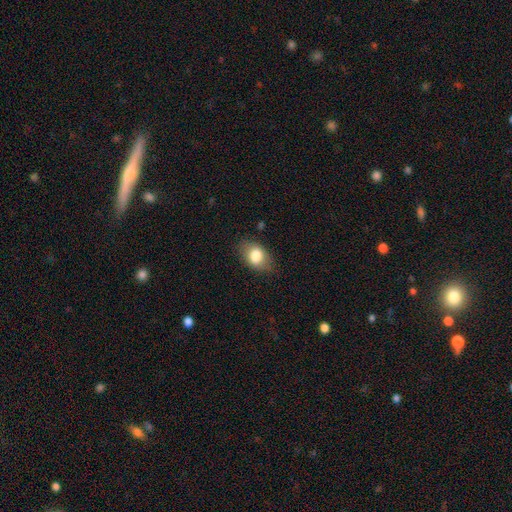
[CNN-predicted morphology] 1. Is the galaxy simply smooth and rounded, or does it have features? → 79% smooth, 13% featured or disk, 8% star or artifact.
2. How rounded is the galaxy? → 80% in between, 18% round, 1% cigar-shaped.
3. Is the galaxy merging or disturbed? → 79% none, 15% minor disturbance, 4% major disturbance, 1% merger.